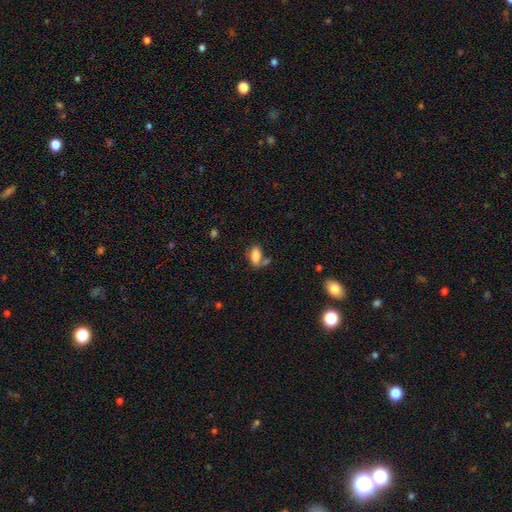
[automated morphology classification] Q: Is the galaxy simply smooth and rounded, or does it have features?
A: smooth — 83%.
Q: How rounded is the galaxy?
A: in between — 89%.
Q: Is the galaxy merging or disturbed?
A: none — 53%.